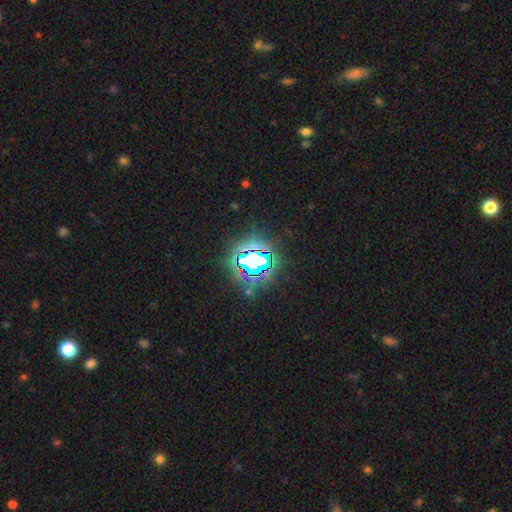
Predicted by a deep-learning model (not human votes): Q: Smooth or featured?
A: star or artifact (73%); runner-up: smooth (16%)